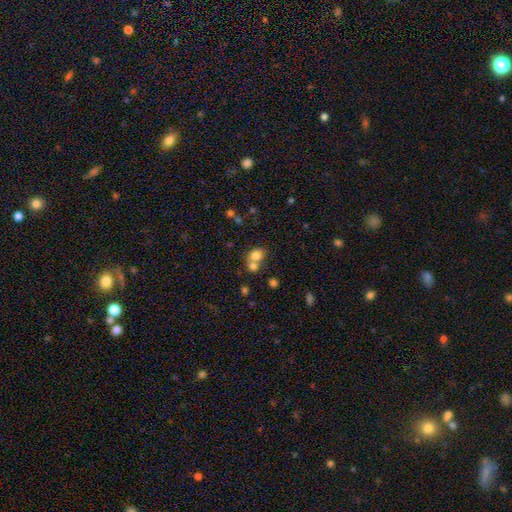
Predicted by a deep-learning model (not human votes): Smooth or featured? Predicted: smooth (p=0.77). How rounded? Predicted: round (p=0.71). Merging? Predicted: merger (p=0.48).